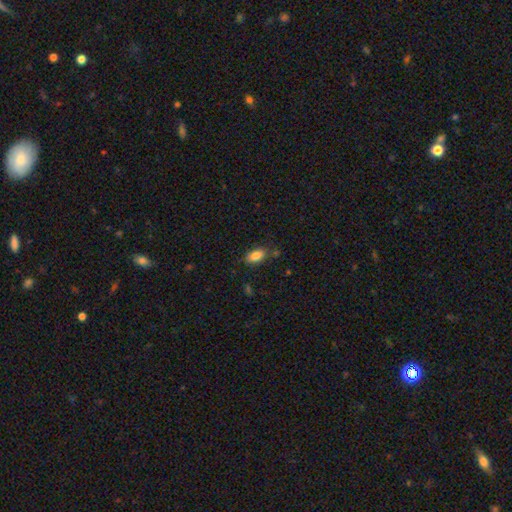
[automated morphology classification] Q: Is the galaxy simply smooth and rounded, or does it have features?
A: smooth — 85%.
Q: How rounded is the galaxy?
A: in between — 90%.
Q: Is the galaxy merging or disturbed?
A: none — 79%.